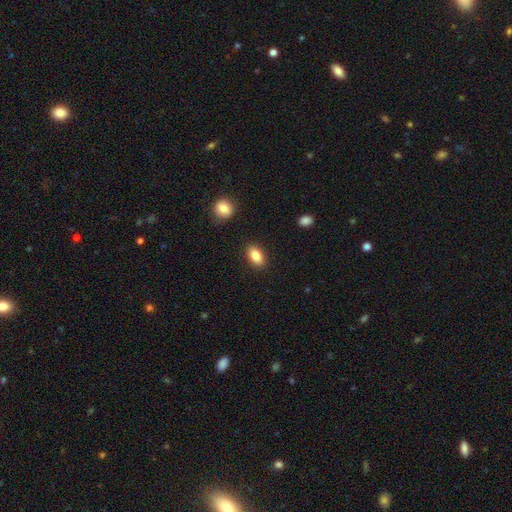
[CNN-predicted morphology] type=smooth (84%); roundness=in between (89%); merging=none (88%).